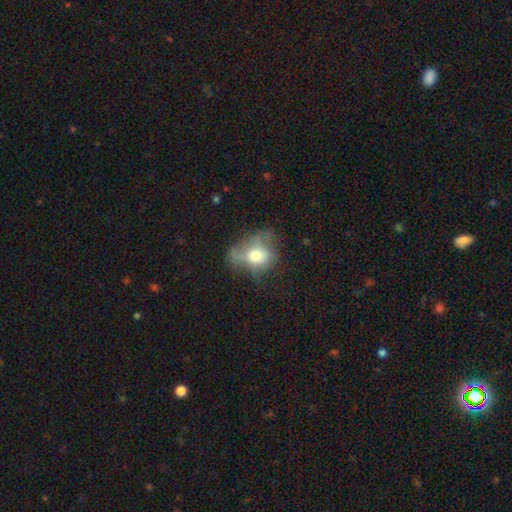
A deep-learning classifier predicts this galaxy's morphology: A smooth galaxy with no disk features (59%) that is in between round and cigar-shaped (60%). Merging: major disturbance (34%).